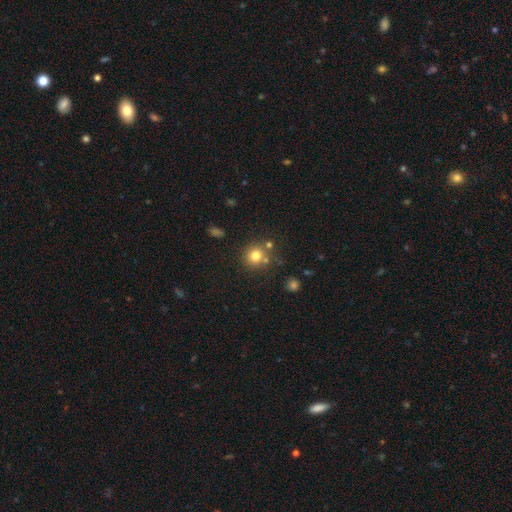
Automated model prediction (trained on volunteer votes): smooth-or-featured: smooth: 77% | star or artifact: 14% | featured or disk: 9%
  how-rounded: round: 89% | in between: 10% | cigar-shaped: 1%
  merging: none: 72% | merger: 14% | minor disturbance: 10% | major disturbance: 4%